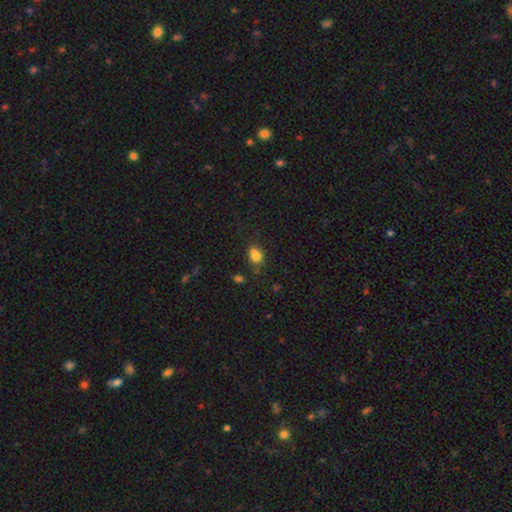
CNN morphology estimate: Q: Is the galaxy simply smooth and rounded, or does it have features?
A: smooth — 76%.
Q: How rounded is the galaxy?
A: in between — 49%, tied with round.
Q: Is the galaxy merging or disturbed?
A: none — 53%.